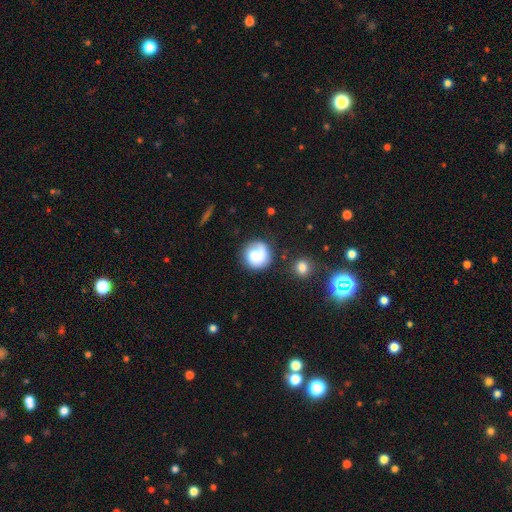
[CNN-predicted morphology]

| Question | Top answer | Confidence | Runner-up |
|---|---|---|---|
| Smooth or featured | smooth | 64% | featured or disk (28%) |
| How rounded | round | 91% | in between (8%) |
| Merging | none | 67% | minor disturbance (19%) |